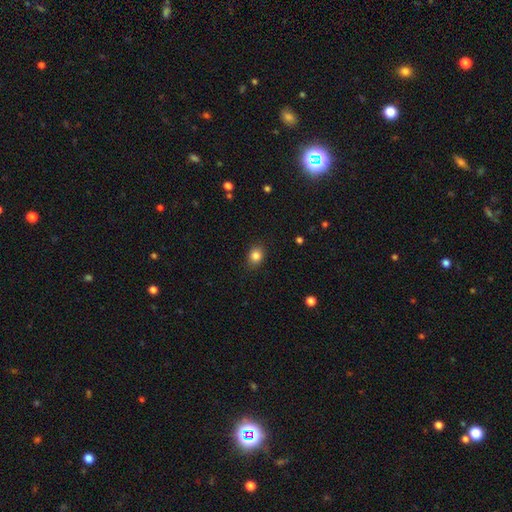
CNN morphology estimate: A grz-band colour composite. It shows a smooth galaxy with no disk features (85%) that is round (56%). Merging: none (87%).